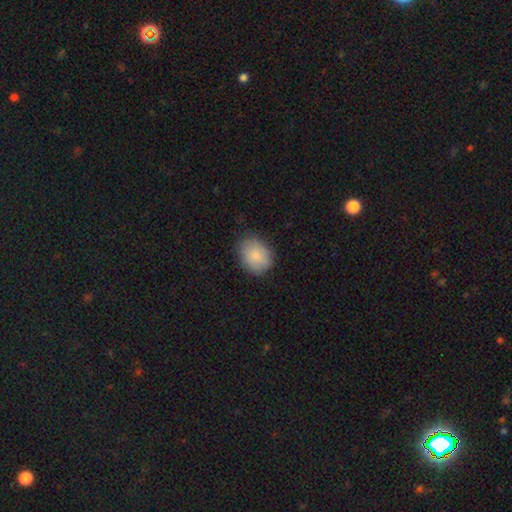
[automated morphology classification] type=smooth (84%); roundness=in between (52%); merging=none (76%).